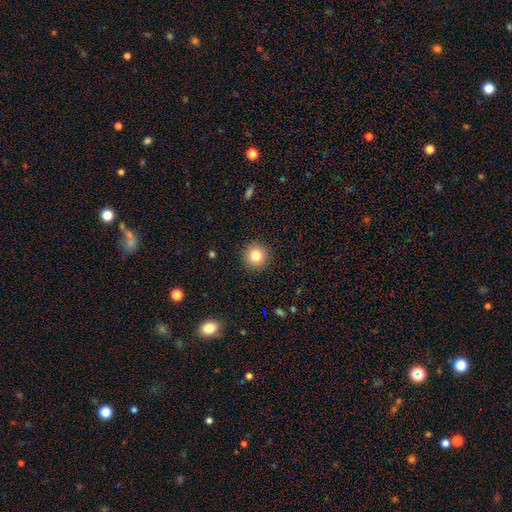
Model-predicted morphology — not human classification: Smooth or featured? Predicted: smooth (p=0.82). How rounded? Predicted: round (p=0.95). Merging? Predicted: none (p=0.91).